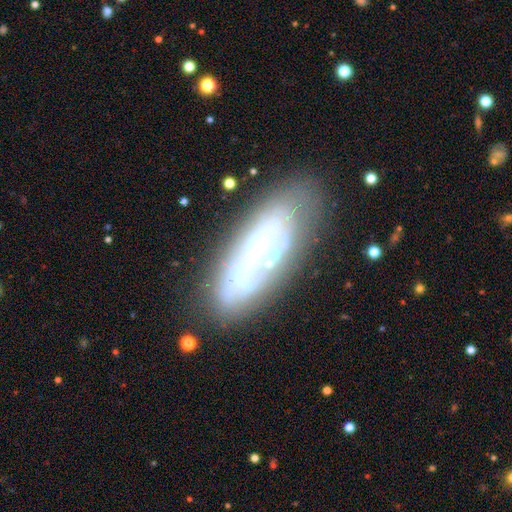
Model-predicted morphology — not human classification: Smooth or featured: featured or disk — 64% (smooth — 25%)
Edge-on disk: no — 76% (yes — 24%)
Merging: none — 69% (minor disturbance — 19%)